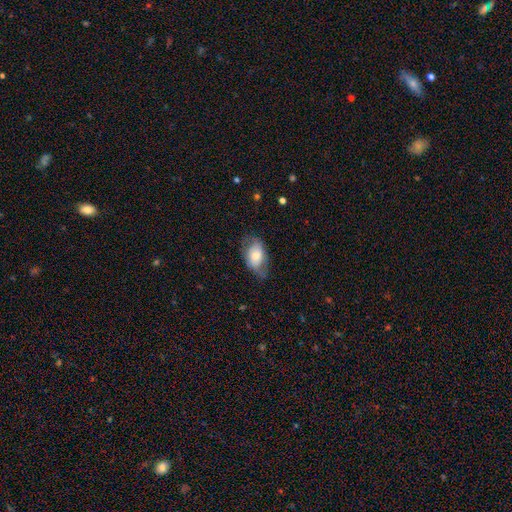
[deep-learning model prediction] smooth 54%, featured or disk 38%, star or artifact 7%. Down the decision tree: how rounded — in between (86%); merging — none (54%).